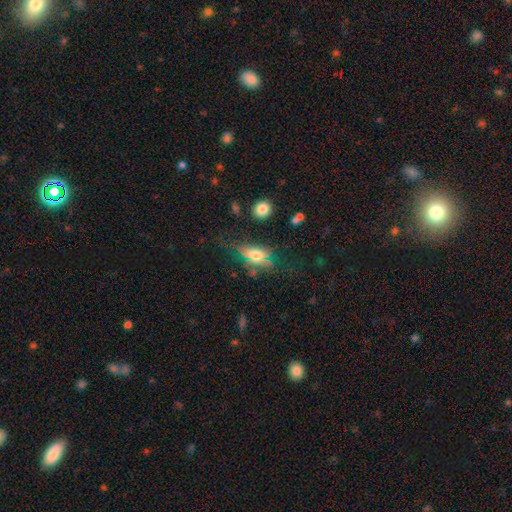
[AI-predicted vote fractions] Overall: smooth (58%; featured or disk 26%). How rounded: in between (77%). Merging: none (56%; minor disturbance 23%).